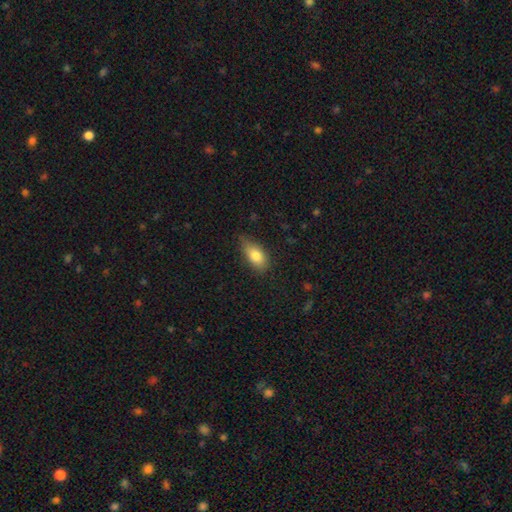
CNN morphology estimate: type=smooth (79%); roundness=in between (85%); merging=none (62%).